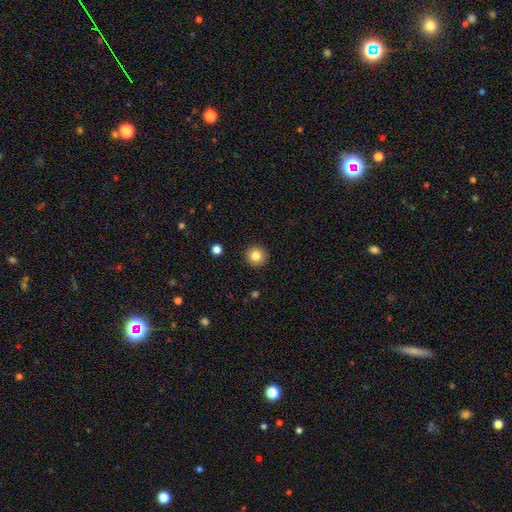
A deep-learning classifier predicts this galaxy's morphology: The model was most divided on "smooth or featured": smooth: 83%, star or artifact: 10%, featured or disk: 7%. More confident: how rounded — round (94%); merging — none (92%).